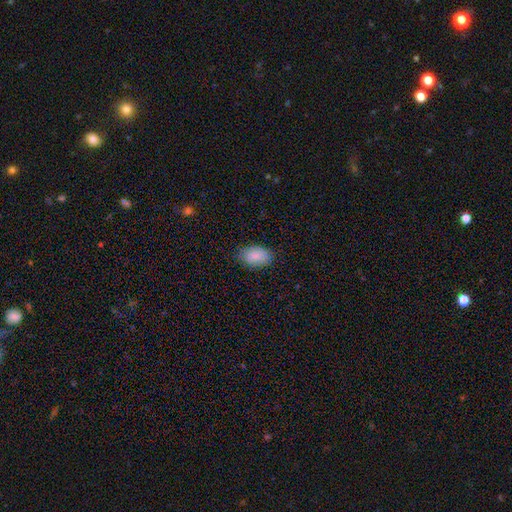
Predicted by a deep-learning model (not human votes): Overall: smooth (88%). How rounded: in between (93%). Merging: none (82%).